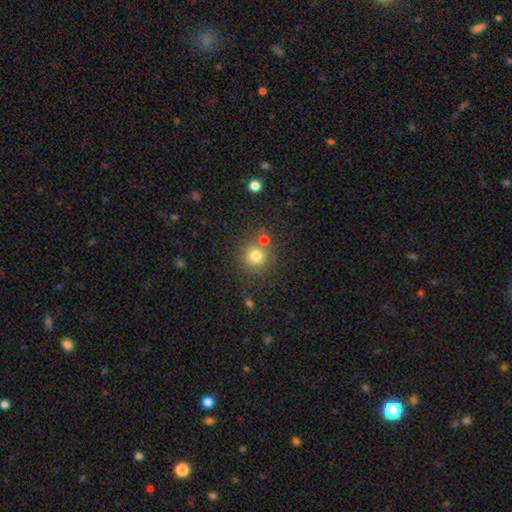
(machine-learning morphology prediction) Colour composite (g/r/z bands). It shows a smooth galaxy with no disk features (78%) that is round (92%). Merging: none (71%).